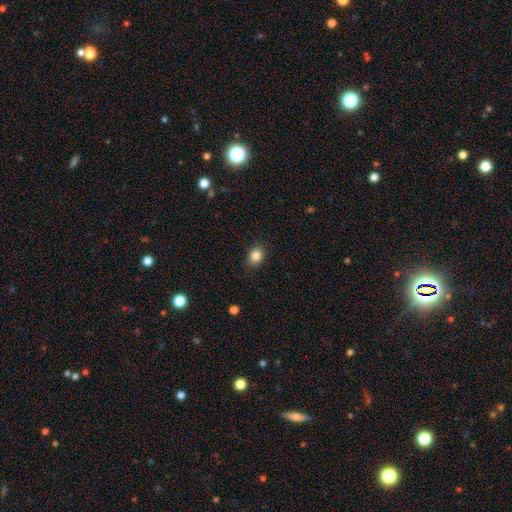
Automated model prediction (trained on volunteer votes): This is clearly a smooth galaxy (84%). How rounded: possibly in between (52%). Merging: clearly none (86%).